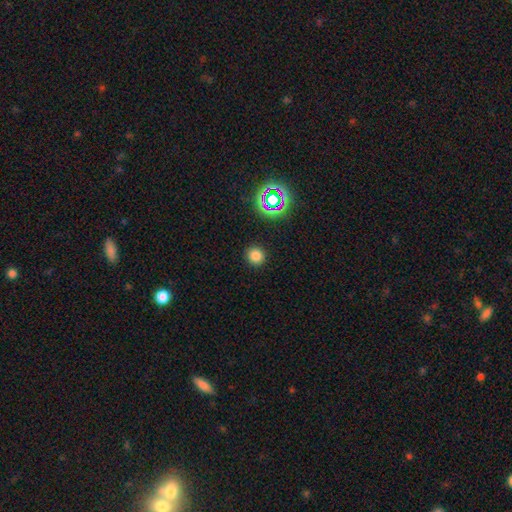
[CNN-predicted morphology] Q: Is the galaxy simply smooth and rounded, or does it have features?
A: smooth — 77%.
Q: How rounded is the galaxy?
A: round — 93%.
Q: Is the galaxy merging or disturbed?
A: none — 91%.